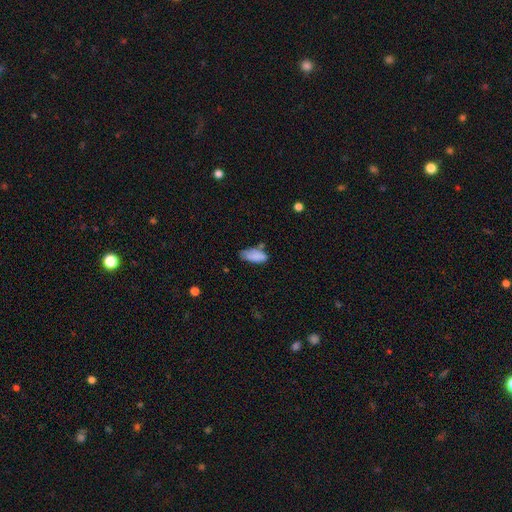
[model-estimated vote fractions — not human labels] Overall: smooth (81%). How rounded: in between (88%). Merging: none (50%; minor disturbance 32%).